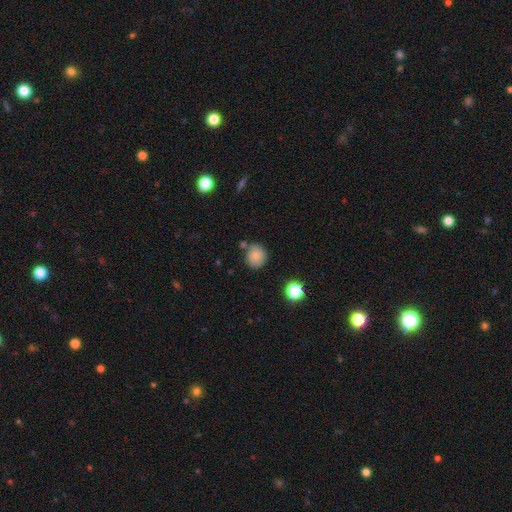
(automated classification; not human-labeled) smooth_or_featured: smooth (p=0.83) [alt: star or artifact p=0.10]
how_rounded: round (p=0.86) [alt: in between p=0.13]
merging: none (p=0.76) [alt: minor disturbance p=0.13]